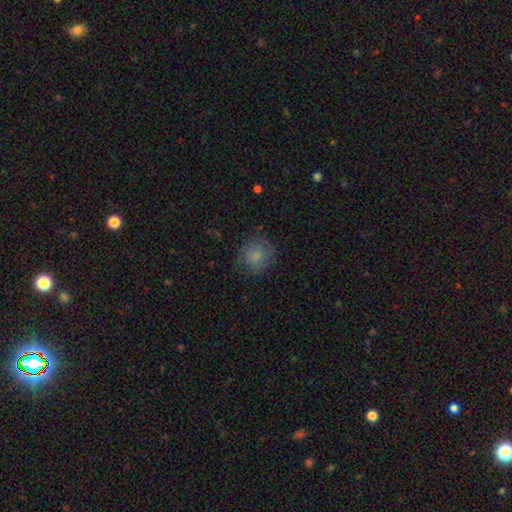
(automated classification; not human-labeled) smooth-or-featured: smooth: 79% | featured or disk: 11% | star or artifact: 10%
  how-rounded: round: 86% | in between: 13% | cigar-shaped: 1%
  merging: none: 75% | minor disturbance: 17% | major disturbance: 7% | merger: 1%